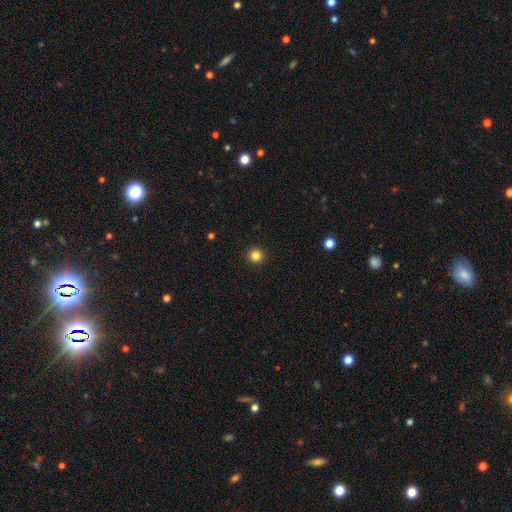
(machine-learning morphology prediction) smooth-or-featured: smooth: 84% | star or artifact: 12% | featured or disk: 4%
  how-rounded: round: 96% | in between: 3% | cigar-shaped: 1%
  merging: none: 94% | minor disturbance: 4% | major disturbance: 1% | merger: 1%